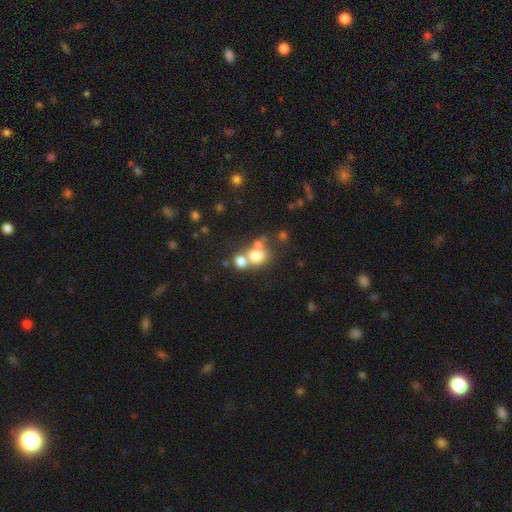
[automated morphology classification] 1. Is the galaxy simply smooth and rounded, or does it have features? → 72% smooth, 15% featured or disk, 13% star or artifact.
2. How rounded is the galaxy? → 62% round, 37% in between, 1% cigar-shaped.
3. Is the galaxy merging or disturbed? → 47% merger, 39% none, 9% minor disturbance, 6% major disturbance.